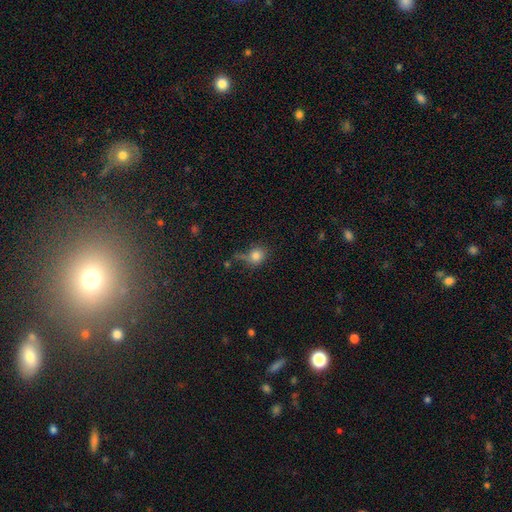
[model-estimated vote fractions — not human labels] Q: Smooth or featured?
A: smooth (80%); runner-up: star or artifact (12%)
Q: How rounded?
A: round (79%); runner-up: in between (19%)
Q: Merging?
A: none (53%); runner-up: minor disturbance (23%)